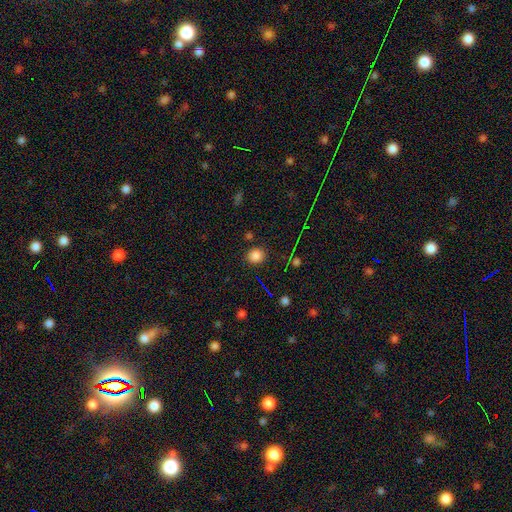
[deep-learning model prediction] Overall: smooth (82%). How rounded: round (82%). Merging: none (86%).